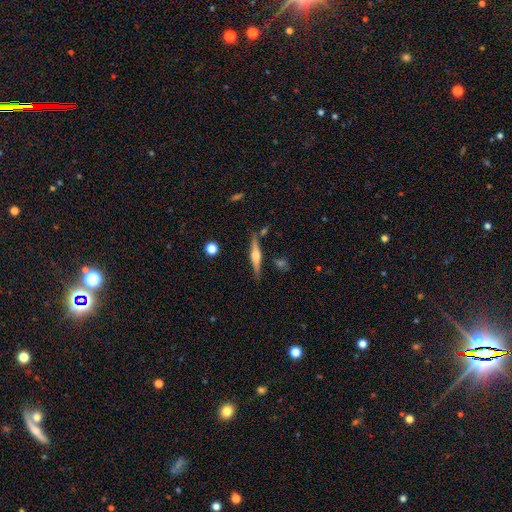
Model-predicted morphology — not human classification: Smooth or featured: featured or disk — 76% (smooth — 18%)
Edge-on disk: yes — 98% (no — 2%)
Edge-on bulge: rounded — 86% (boxy — 11%)
Merging: none — 84% (minor disturbance — 10%)